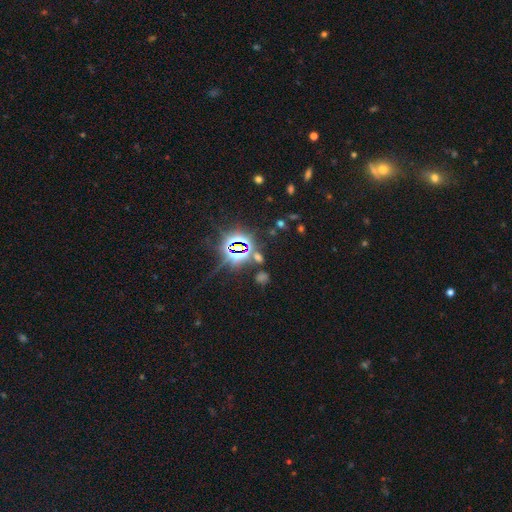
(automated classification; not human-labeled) Smooth or featured: star or artifact — 81% (smooth — 11%)